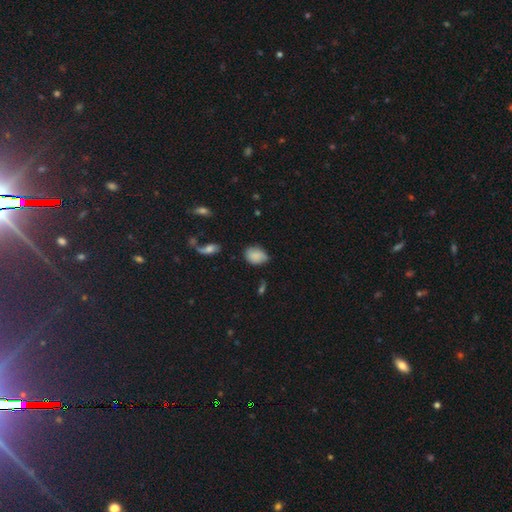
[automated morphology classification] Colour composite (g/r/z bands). It shows a smooth galaxy with no disk features (79%) that is in between round and cigar-shaped (70%). Merging: none (62%).